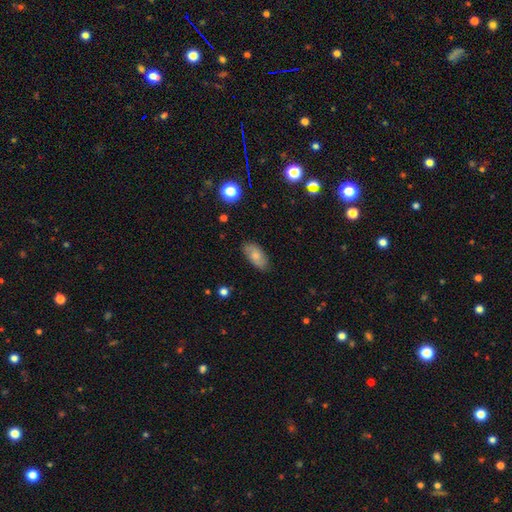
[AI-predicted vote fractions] A smooth galaxy with no disk features (64%) that is in between round and cigar-shaped (91%).

Vote fractions:
- Smooth or featured? smooth: 64% / featured or disk: 28% / star or artifact: 8%
- How rounded? in between: 91% / cigar-shaped: 5% / round: 4%
- Merging? none: 81% / minor disturbance: 15% / major disturbance: 3% / merger: 1%